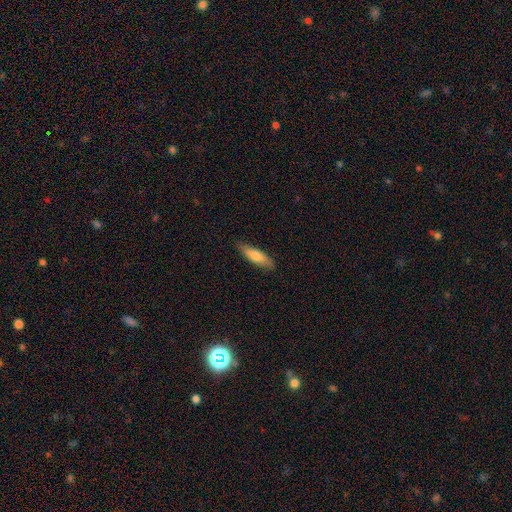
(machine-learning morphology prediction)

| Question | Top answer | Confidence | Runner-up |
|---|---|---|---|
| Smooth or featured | smooth | 71% | featured or disk (23%) |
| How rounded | cigar-shaped | 62% | in between (36%) |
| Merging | none | 85% | minor disturbance (12%) |